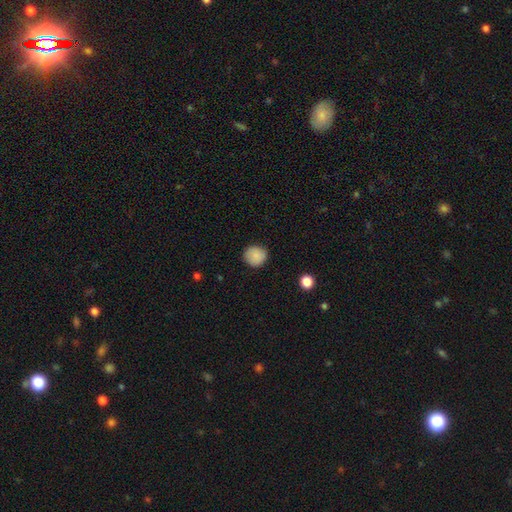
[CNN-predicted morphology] This is clearly a smooth galaxy (87%). How rounded: clearly round (90%). Merging: clearly none (88%).